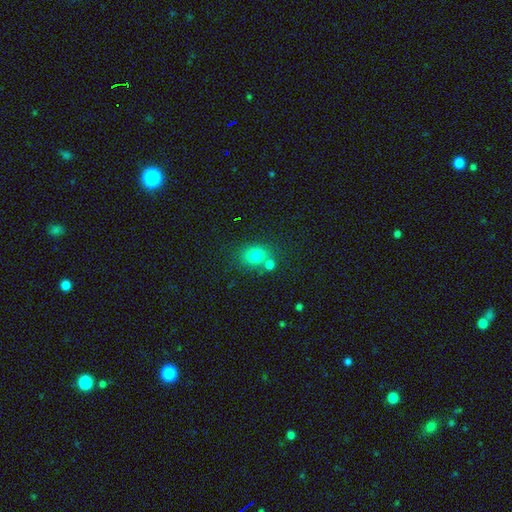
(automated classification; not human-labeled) Smooth or featured?
  - smooth: 79% *
  - star or artifact: 13%
  - featured or disk: 9%
How rounded?
  - round: 61% *
  - in between: 38%
  - cigar-shaped: 1%
Merging?
  - none: 59% *
  - merger: 26%
  - minor disturbance: 11%
  - major disturbance: 4%